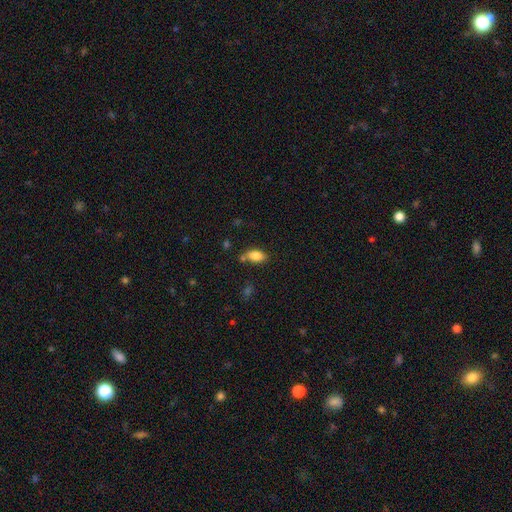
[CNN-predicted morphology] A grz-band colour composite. It shows a smooth galaxy with no disk features (82%) that is in between round and cigar-shaped (89%). Merging: none (70%).